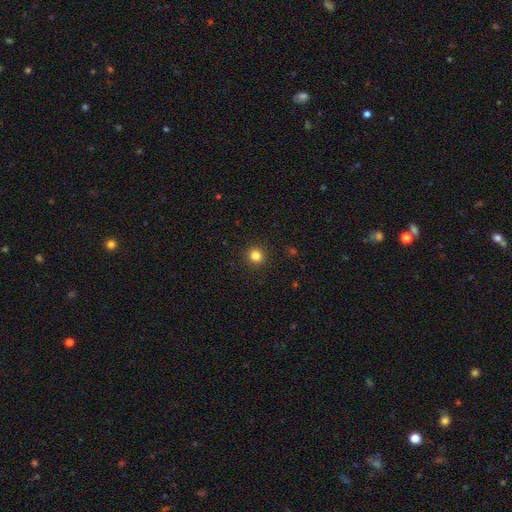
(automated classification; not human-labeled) Smooth or featured? smooth (82%)
How rounded? round (93%)
Merging? none (92%)